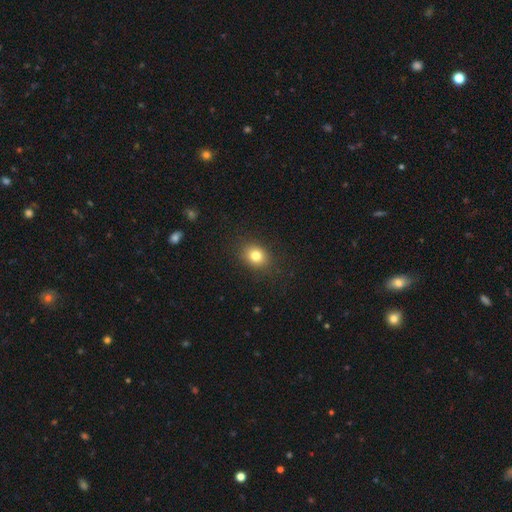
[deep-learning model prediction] The model was most divided on "how rounded": round: 57%, in between: 42%, cigar-shaped: 1%. More confident: merging — none (87%); smooth or featured — smooth (80%).